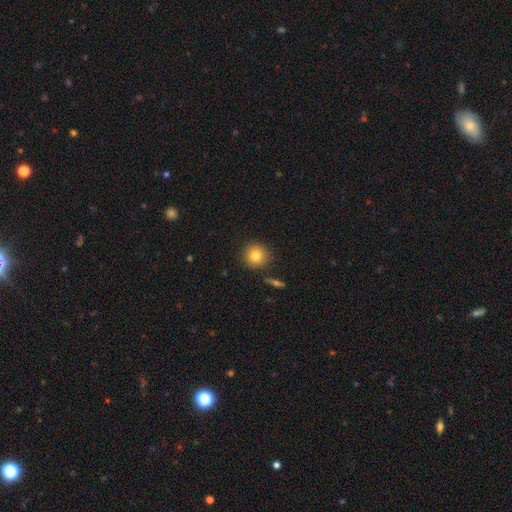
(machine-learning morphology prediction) A smooth galaxy with no disk features (79%) that is round (93%).

Vote fractions:
- Smooth or featured? smooth: 79% / star or artifact: 11% / featured or disk: 10%
- How rounded? round: 93% / in between: 6% / cigar-shaped: 1%
- Merging? none: 87% / minor disturbance: 8% / merger: 3% / major disturbance: 2%